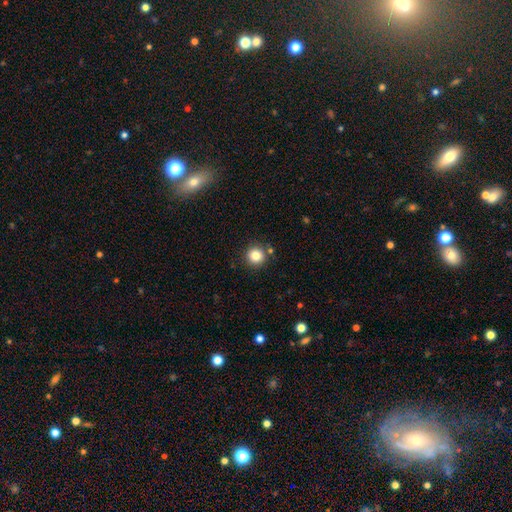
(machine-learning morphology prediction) The model was most divided on "smooth or featured": smooth: 82%, star or artifact: 12%, featured or disk: 6%. More confident: how rounded — round (94%); merging — none (86%).